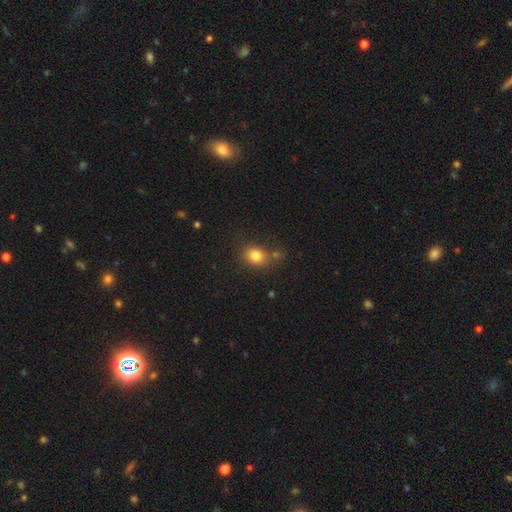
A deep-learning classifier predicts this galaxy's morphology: Smooth or featured? Predicted: smooth (p=0.80). How rounded? Predicted: round (p=0.63). Merging? Predicted: none (p=0.64).